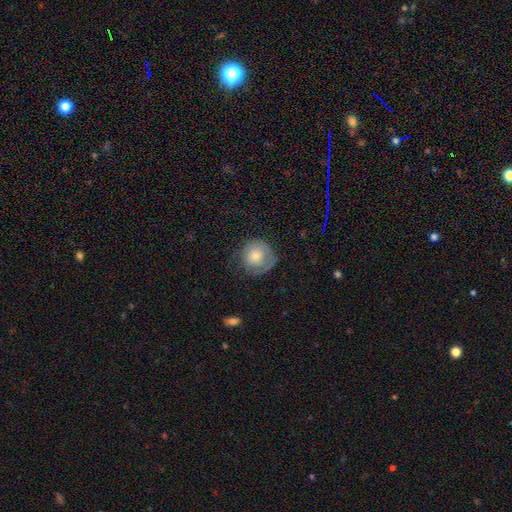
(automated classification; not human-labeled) Q: Smooth or featured?
A: smooth (61%); runner-up: featured or disk (32%)
Q: How rounded?
A: round (91%); runner-up: in between (8%)
Q: Merging?
A: none (60%); runner-up: minor disturbance (24%)